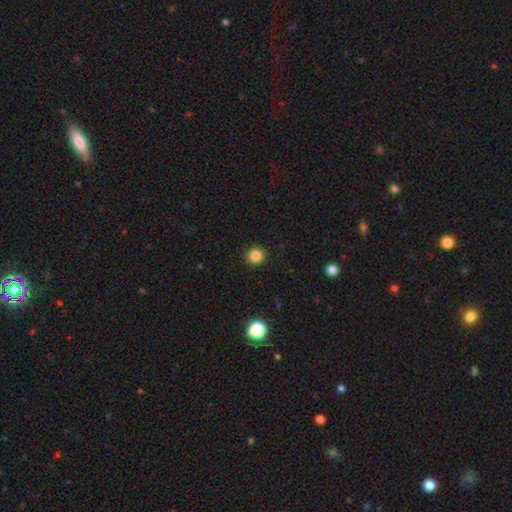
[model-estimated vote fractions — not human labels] Overall: smooth (85%). How rounded: round (95%). Merging: none (93%).